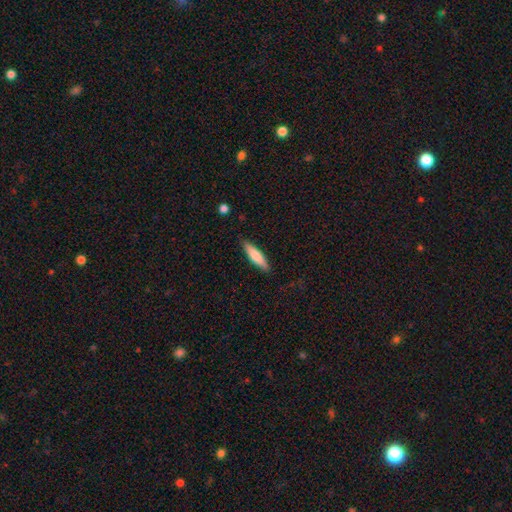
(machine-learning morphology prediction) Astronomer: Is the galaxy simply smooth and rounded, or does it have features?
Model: smooth — 73%.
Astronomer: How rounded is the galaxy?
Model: cigar-shaped — 74%.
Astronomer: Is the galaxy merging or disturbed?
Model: none — 87%.